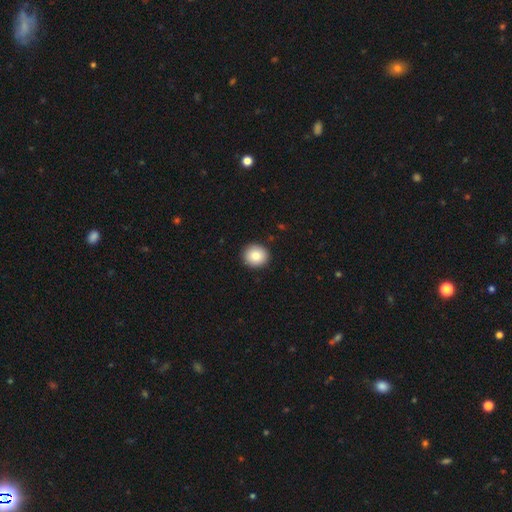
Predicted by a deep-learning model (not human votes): Smooth or featured?
  - smooth: 84% *
  - star or artifact: 8%
  - featured or disk: 8%
How rounded?
  - round: 90% *
  - in between: 9%
  - cigar-shaped: 1%
Merging?
  - none: 92% *
  - minor disturbance: 5%
  - major disturbance: 1%
  - merger: 1%